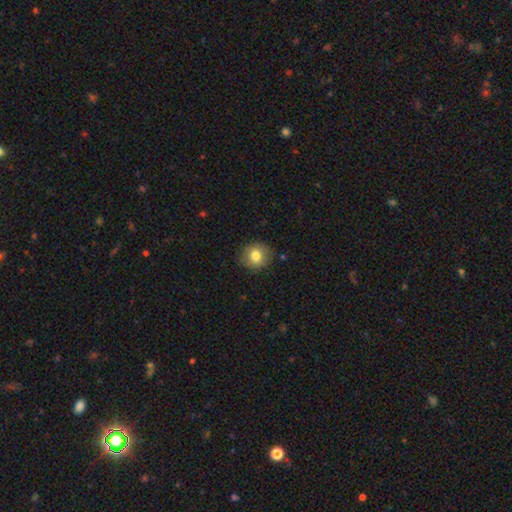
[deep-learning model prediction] Smooth or featured? Predicted: smooth (p=0.78). How rounded? Predicted: round (p=0.82). Merging? Predicted: none (p=0.85).